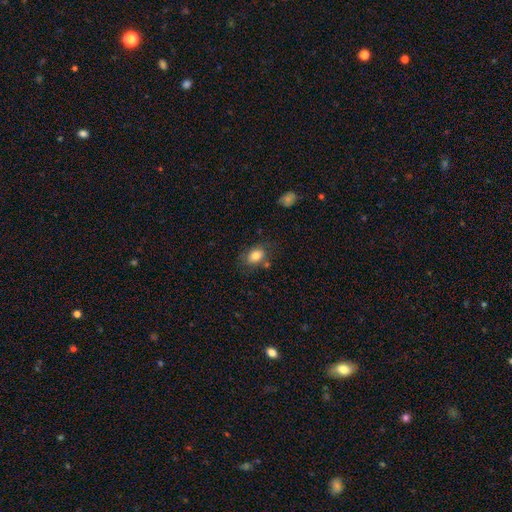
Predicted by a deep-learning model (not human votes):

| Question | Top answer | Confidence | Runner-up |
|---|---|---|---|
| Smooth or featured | smooth | 82% | featured or disk (10%) |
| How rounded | in between | 79% | round (20%) |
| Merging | none | 68% | minor disturbance (18%) |